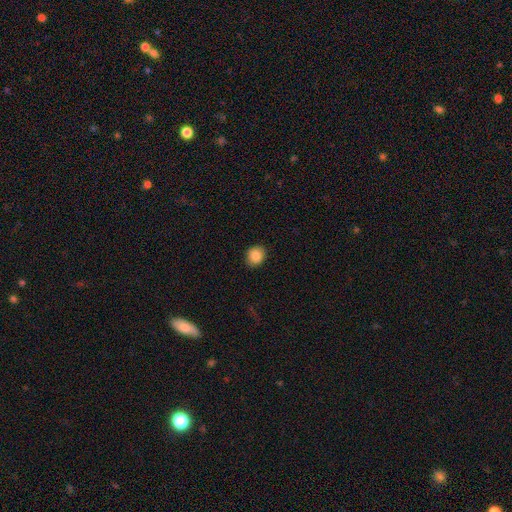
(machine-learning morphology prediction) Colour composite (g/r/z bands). It shows a smooth galaxy with no disk features (88%) that is round (72%). Merging: none (89%).